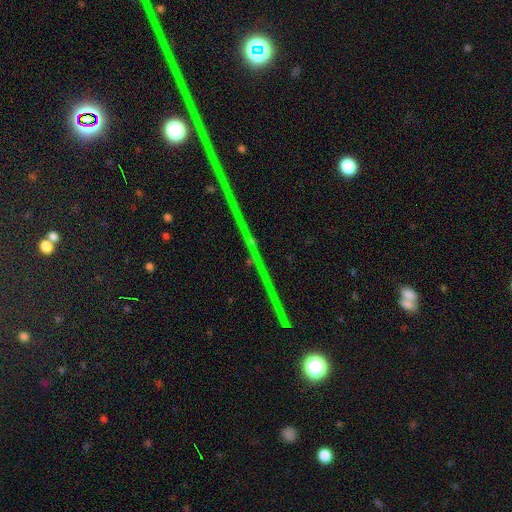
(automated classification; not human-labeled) Smooth or featured? star or artifact (79%)